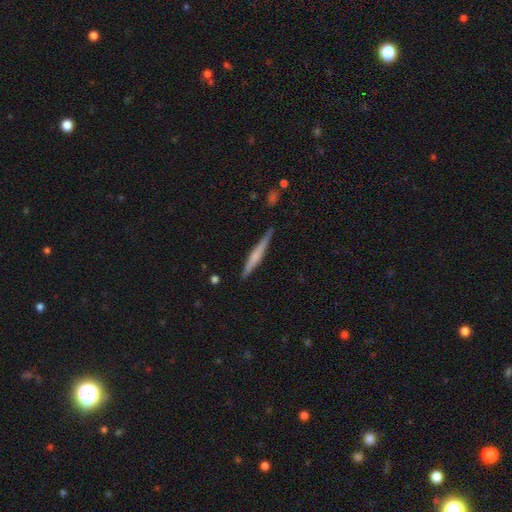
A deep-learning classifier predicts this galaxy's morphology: Smooth or featured? featured or disk (51%)
Edge-on disk? yes (97%)
Merging? none (88%)